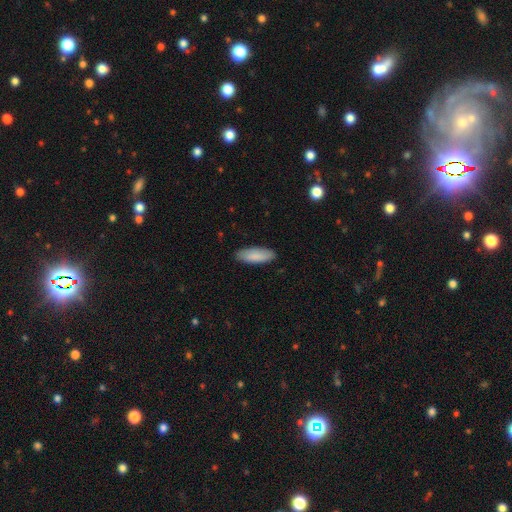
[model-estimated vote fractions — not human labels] Morphology: type=smooth (87%); roundness=in between (65%); merging=none (87%).